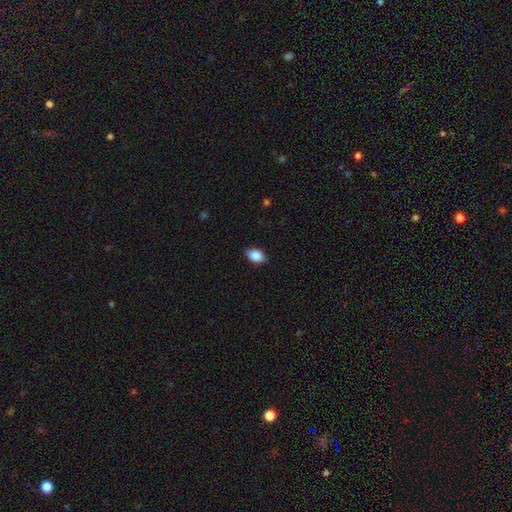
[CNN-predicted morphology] smooth-or-featured: smooth: 88% | star or artifact: 7% | featured or disk: 4%
  how-rounded: in between: 86% | round: 13% | cigar-shaped: 1%
  merging: none: 84% | minor disturbance: 13% | major disturbance: 2% | merger: 1%